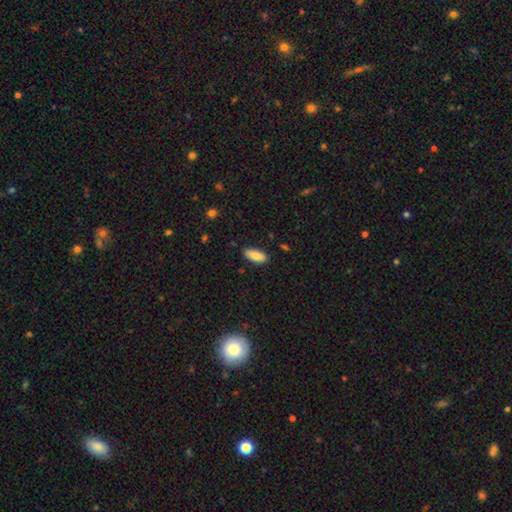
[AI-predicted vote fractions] A smooth galaxy with no disk features (86%) that is in between round and cigar-shaped (79%).

Vote fractions:
- Smooth or featured? smooth: 86% / featured or disk: 8% / star or artifact: 7%
- How rounded? in between: 79% / cigar-shaped: 19% / round: 2%
- Merging? none: 86% / minor disturbance: 11% / major disturbance: 2% / merger: 1%